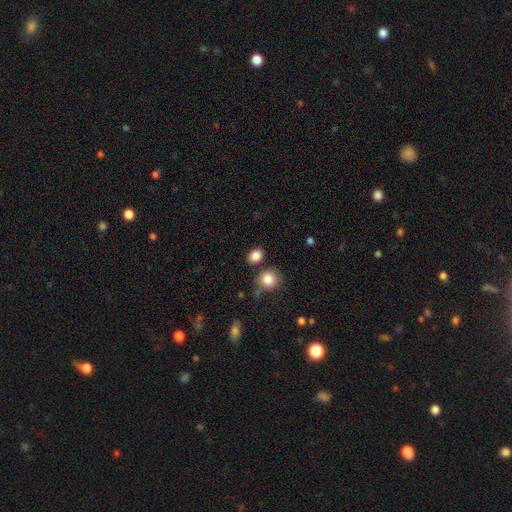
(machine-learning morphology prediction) type=smooth (86%); roundness=in between (59%); merging=none (77%).